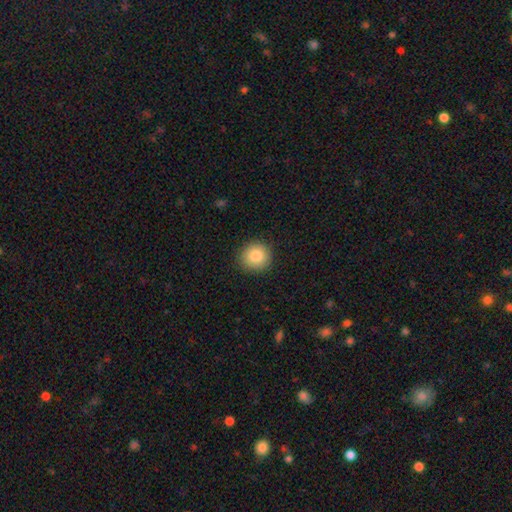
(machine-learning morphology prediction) smooth-or-featured: smooth: 86% | star or artifact: 9% | featured or disk: 6%
  how-rounded: round: 91% | in between: 8% | cigar-shaped: 1%
  merging: none: 90% | minor disturbance: 7% | major disturbance: 2% | merger: 1%